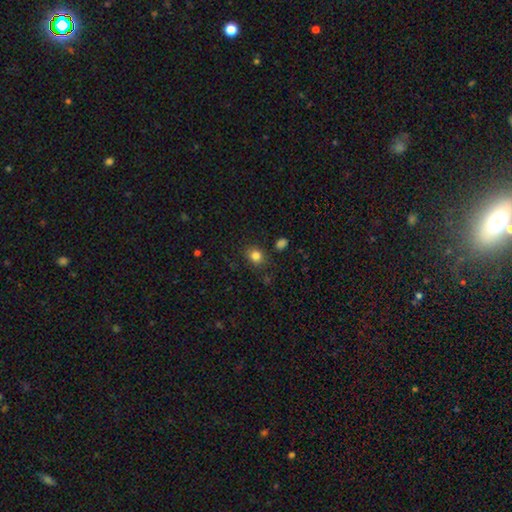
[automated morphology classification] This is clearly a smooth galaxy (83%). How rounded: likely round (66%). Merging: clearly none (81%).